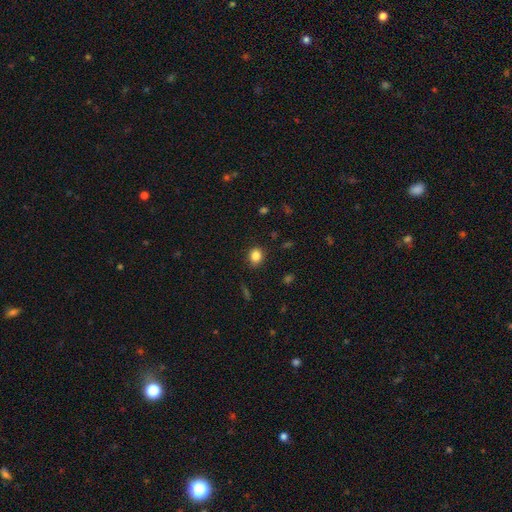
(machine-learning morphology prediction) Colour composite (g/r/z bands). It shows a smooth galaxy with no disk features (84%) that is round (66%). Merging: none (87%).